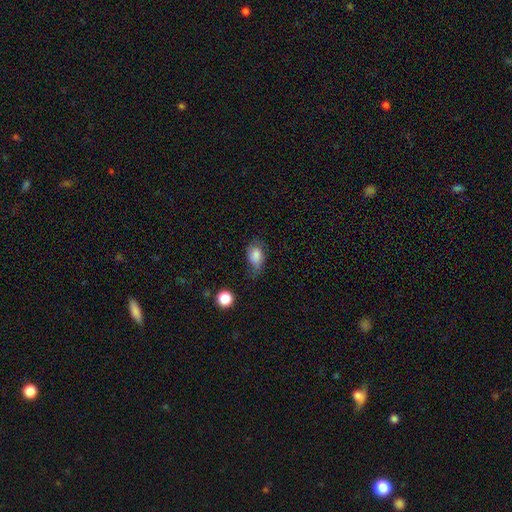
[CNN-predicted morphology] smooth_or_featured: smooth (p=0.79) [alt: featured or disk p=0.11]
how_rounded: in between (p=0.80) [alt: round p=0.18]
merging: none (p=0.44) [alt: minor disturbance p=0.36]